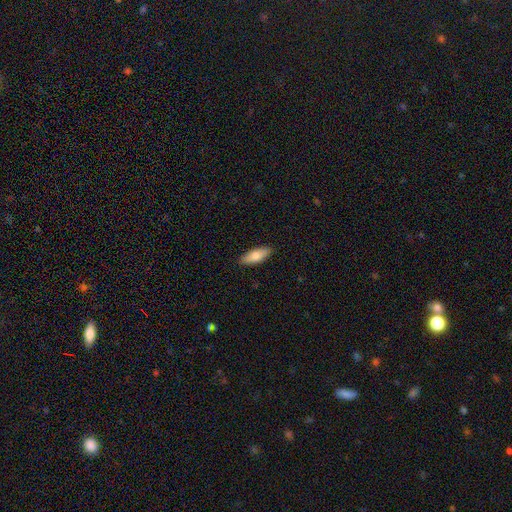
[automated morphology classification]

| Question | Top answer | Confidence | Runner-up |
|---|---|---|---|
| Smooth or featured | smooth | 79% | featured or disk (15%) |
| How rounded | in between | 70% | cigar-shaped (28%) |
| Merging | none | 88% | minor disturbance (9%) |